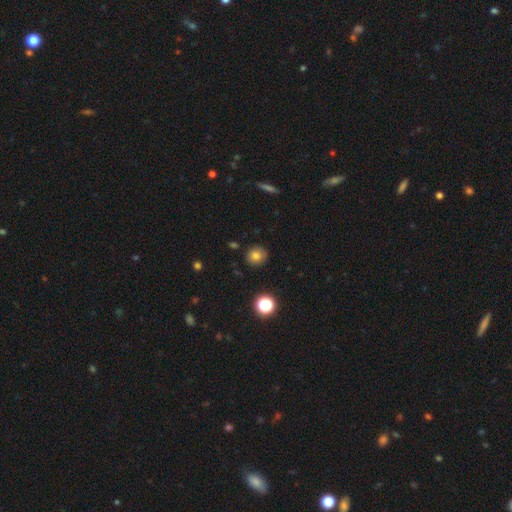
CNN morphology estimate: type=smooth (77%); roundness=round (90%); merging=none (88%).